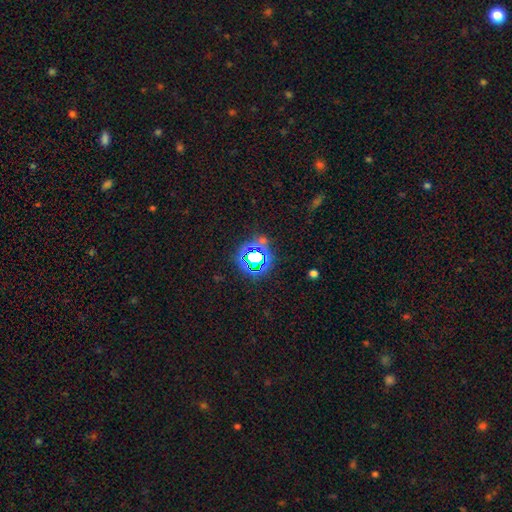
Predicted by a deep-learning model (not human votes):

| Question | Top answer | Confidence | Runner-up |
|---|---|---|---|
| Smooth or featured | star or artifact | 67% | smooth (22%) |